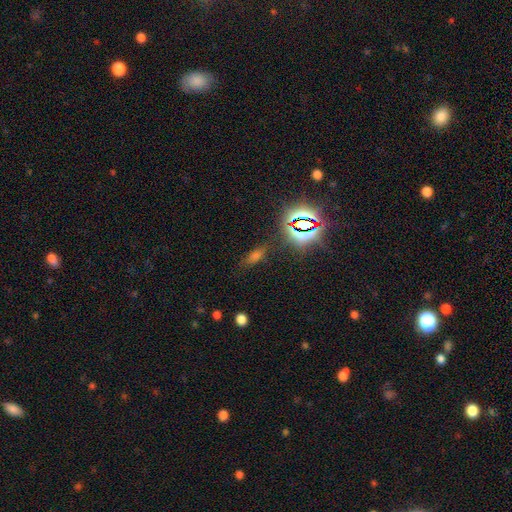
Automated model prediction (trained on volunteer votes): smooth-or-featured: smooth: 50% | star or artifact: 38% | featured or disk: 12%
  merging: none: 74% | minor disturbance: 16% | major disturbance: 7% | merger: 3%